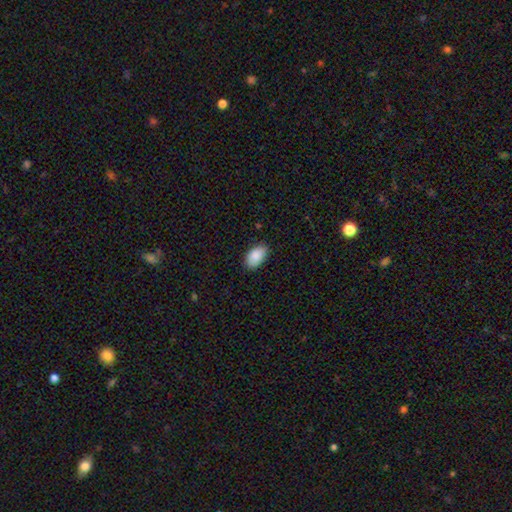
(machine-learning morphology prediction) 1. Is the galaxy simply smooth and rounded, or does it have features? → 89% smooth, 7% star or artifact, 5% featured or disk.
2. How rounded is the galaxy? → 94% in between, 5% round, 1% cigar-shaped.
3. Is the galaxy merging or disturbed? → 84% none, 13% minor disturbance, 2% major disturbance, 1% merger.